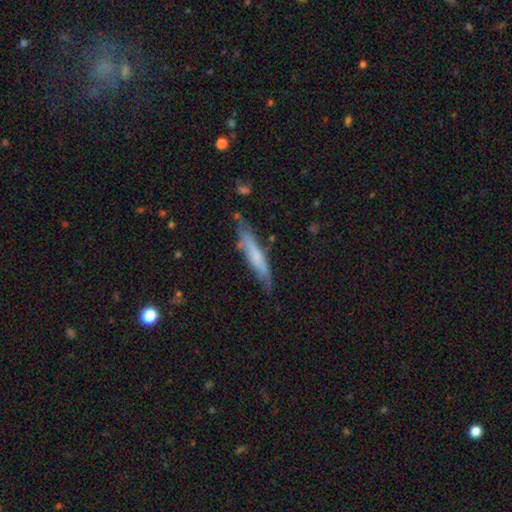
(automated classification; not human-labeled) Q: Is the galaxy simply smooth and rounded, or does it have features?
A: smooth — 53%.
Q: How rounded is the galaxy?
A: cigar-shaped — 89%.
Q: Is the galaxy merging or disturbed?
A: none — 69%.